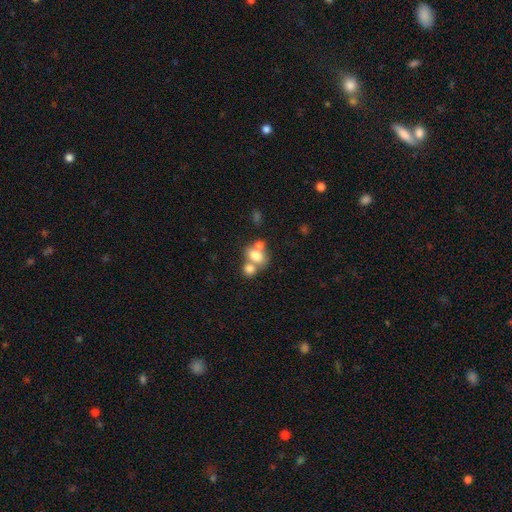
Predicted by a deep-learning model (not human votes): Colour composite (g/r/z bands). It shows a smooth galaxy with no disk features (73%) that is in between round and cigar-shaped (61%). Merging: merger (55%).